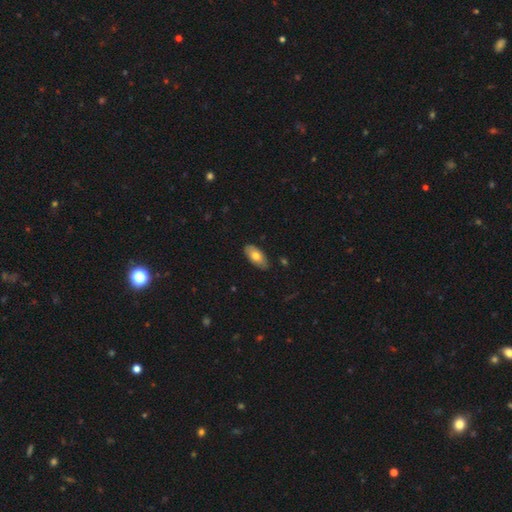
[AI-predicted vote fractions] Smooth or featured? Predicted: smooth (p=0.72). How rounded? Predicted: in between (p=0.90). Merging? Predicted: none (p=0.84).